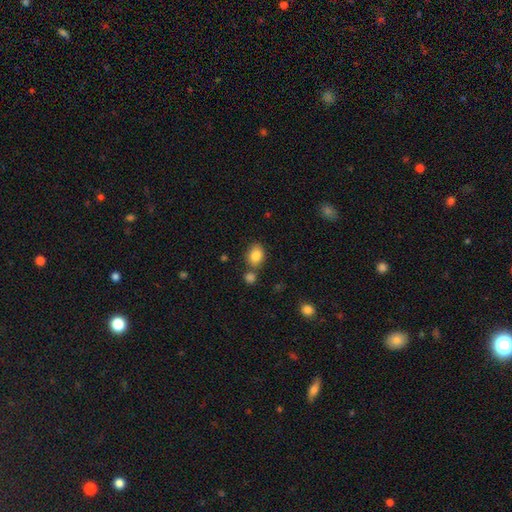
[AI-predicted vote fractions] This is clearly a smooth galaxy (85%). How rounded: likely in between (66%). Merging: likely none (65%).